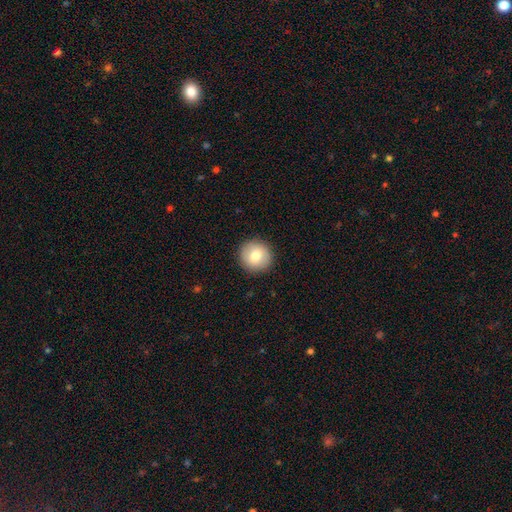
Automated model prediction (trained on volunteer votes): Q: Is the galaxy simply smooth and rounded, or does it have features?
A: smooth — 78%.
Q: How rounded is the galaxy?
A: round — 94%.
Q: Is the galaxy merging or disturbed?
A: none — 91%.